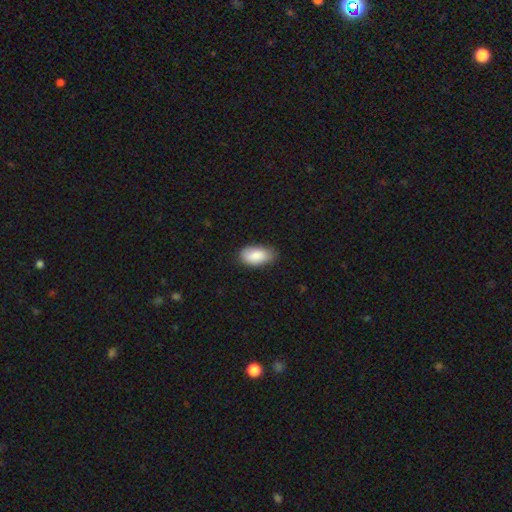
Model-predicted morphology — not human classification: smooth 88%, star or artifact 6%, featured or disk 6%. Down the decision tree: how rounded — in between (94%); merging — none (73%).